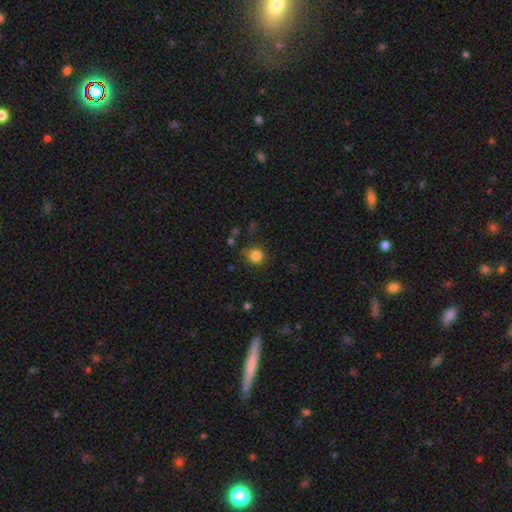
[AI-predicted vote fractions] Overall: smooth (84%). How rounded: round (88%). Merging: none (77%).